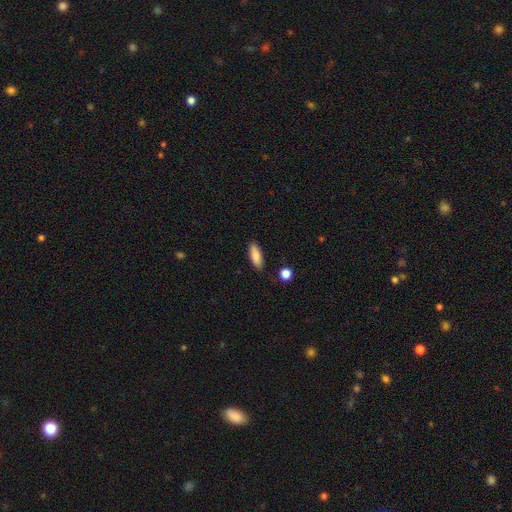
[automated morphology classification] smooth-or-featured: smooth: 85% | featured or disk: 9% | star or artifact: 7%
  how-rounded: in between: 60% | cigar-shaped: 38% | round: 2%
  merging: none: 86% | minor disturbance: 10% | major disturbance: 2% | merger: 2%